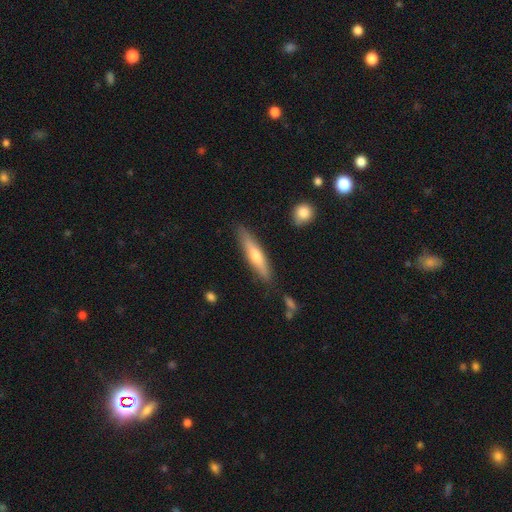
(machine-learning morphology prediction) Smooth or featured: smooth — 54% (featured or disk — 41%)
How rounded: cigar-shaped — 84% (in between — 14%)
Merging: none — 85% (minor disturbance — 11%)